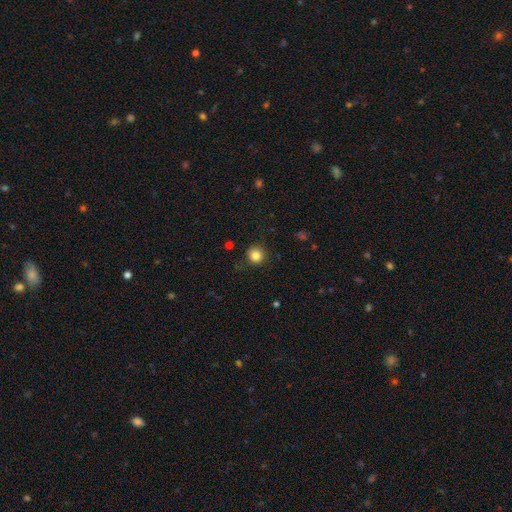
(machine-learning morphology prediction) A smooth galaxy with no disk features (84%) that is round (92%).

Vote fractions:
- Smooth or featured? smooth: 84% / star or artifact: 11% / featured or disk: 4%
- How rounded? round: 92% / in between: 7% / cigar-shaped: 1%
- Merging? none: 87% / minor disturbance: 9% / major disturbance: 3% / merger: 1%